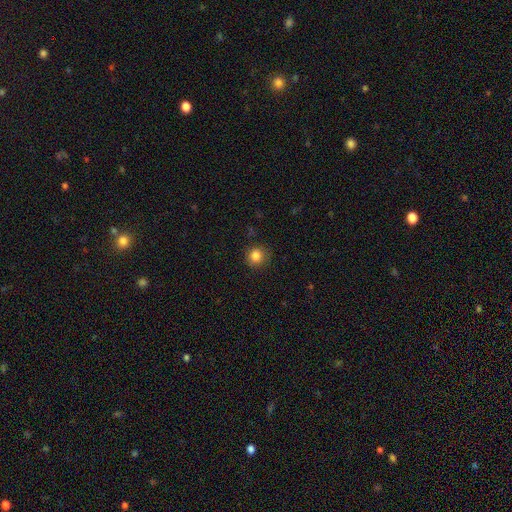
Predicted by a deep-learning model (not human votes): smooth-or-featured: smooth: 84% | star or artifact: 11% | featured or disk: 5%
  how-rounded: round: 90% | in between: 9% | cigar-shaped: 1%
  merging: none: 86% | minor disturbance: 10% | major disturbance: 3% | merger: 1%